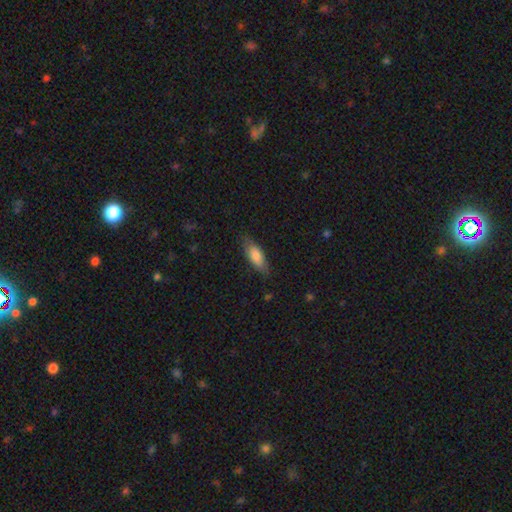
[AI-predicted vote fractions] This is likely a smooth galaxy (79%). How rounded: likely in between (74%). Merging: likely none (77%).